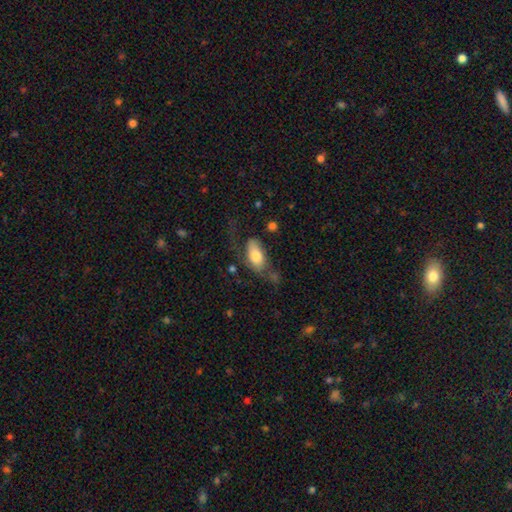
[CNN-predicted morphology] Smooth or featured? smooth (67%)
How rounded? in between (89%)
Merging? none (37%)